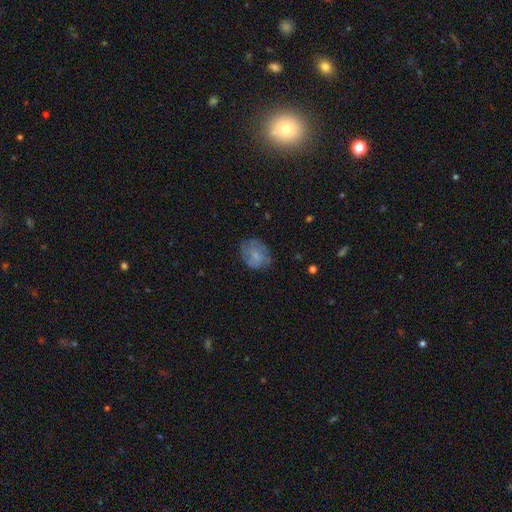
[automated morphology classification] Overall: smooth (57%; featured or disk 34%). How rounded: round (54%; in between 45%). Merging: none (66%).